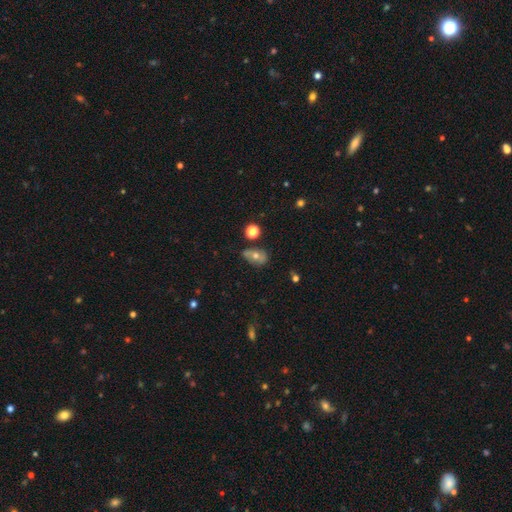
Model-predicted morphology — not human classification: Smooth or featured? smooth (51%)
How rounded? in between (73%)
Merging? none (55%)